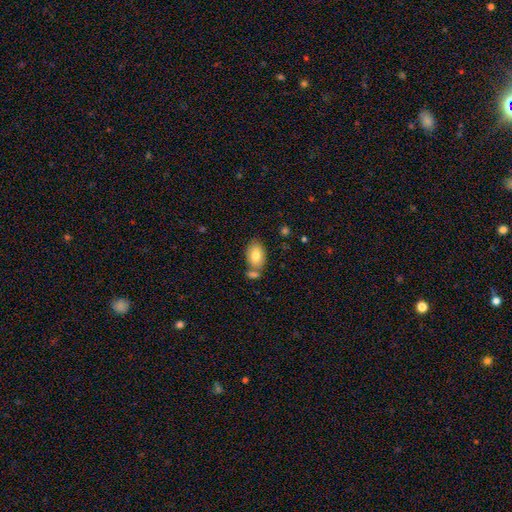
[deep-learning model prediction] Smooth or featured? smooth (80%)
How rounded? in between (88%)
Merging? none (59%)